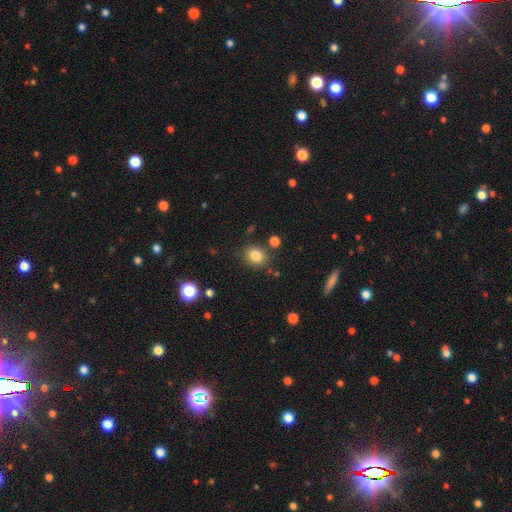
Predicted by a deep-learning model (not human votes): smooth-or-featured: smooth: 82% | star or artifact: 11% | featured or disk: 7%
  how-rounded: round: 68% | in between: 31% | cigar-shaped: 1%
  merging: none: 82% | minor disturbance: 11% | merger: 4% | major disturbance: 3%